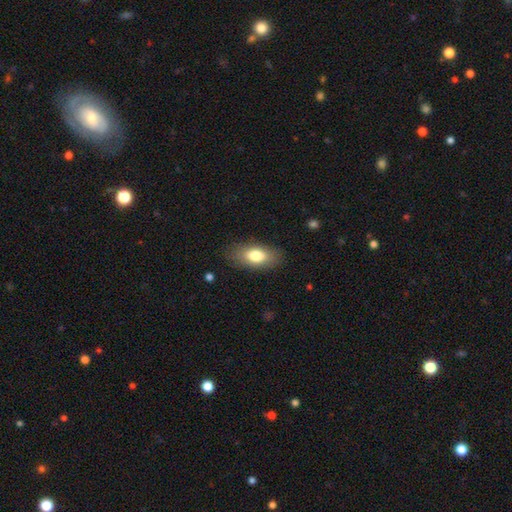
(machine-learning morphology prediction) smooth-or-featured: smooth: 77% | featured or disk: 16% | star or artifact: 7%
  how-rounded: in between: 88% | cigar-shaped: 7% | round: 5%
  merging: none: 83% | minor disturbance: 12% | major disturbance: 4% | merger: 1%